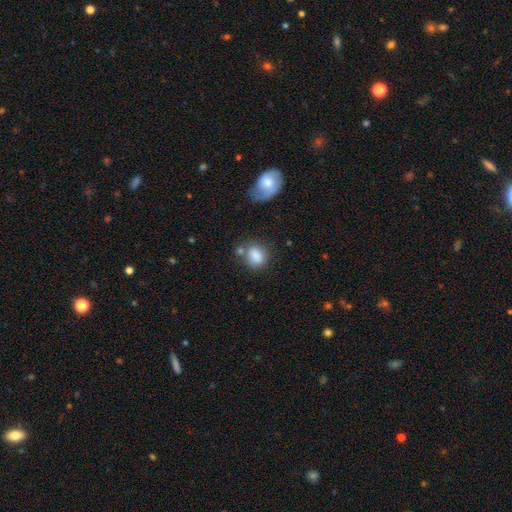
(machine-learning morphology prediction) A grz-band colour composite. It shows a smooth galaxy with no disk features (84%) that is in between round and cigar-shaped (57%). Merging: none (57%).